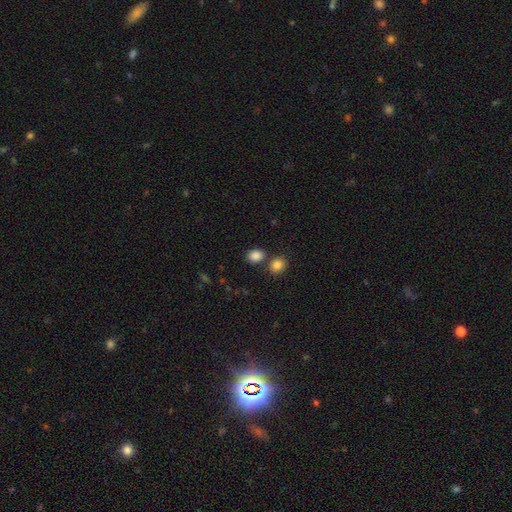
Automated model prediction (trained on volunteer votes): Overall: smooth (86%). How rounded: in between (55%; round 44%). Merging: none (67%).